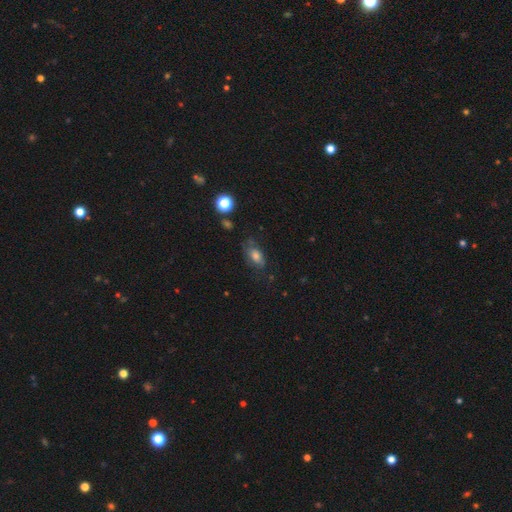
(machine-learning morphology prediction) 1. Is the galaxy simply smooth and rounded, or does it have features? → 62% smooth, 24% featured or disk, 14% star or artifact.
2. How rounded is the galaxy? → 84% in between, 12% round, 5% cigar-shaped.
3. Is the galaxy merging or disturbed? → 61% none, 25% minor disturbance, 12% major disturbance, 2% merger.